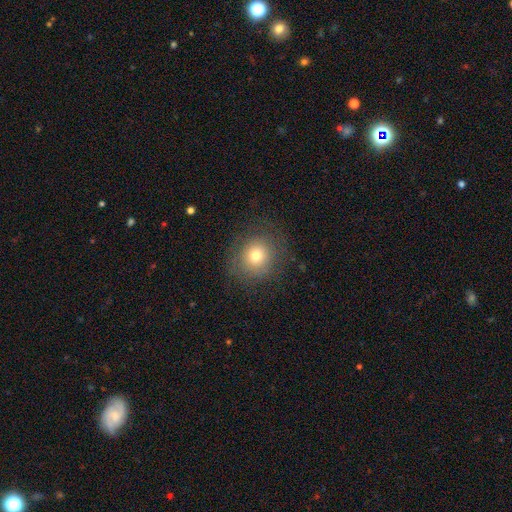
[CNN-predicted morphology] Q: Smooth or featured?
A: smooth (72%); runner-up: featured or disk (14%)
Q: How rounded?
A: round (85%); runner-up: in between (14%)
Q: Merging?
A: none (81%); runner-up: minor disturbance (12%)